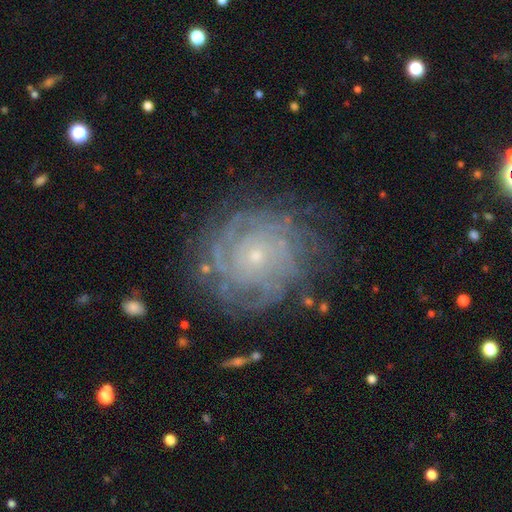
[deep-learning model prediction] This is likely a featured or disk galaxy (80%). It is clearly not viewed edge-on (97%). Bar: clearly no (83%). Spiral arm pattern: clearly yes (93%). Spiral arm count: marginally can't tell (39%). Spiral winding: clearly tight (80%). Central bulge: clearly small (83%). Merging: likely none (76%).